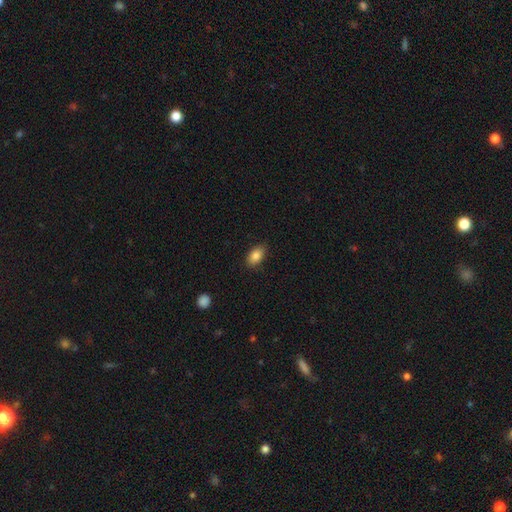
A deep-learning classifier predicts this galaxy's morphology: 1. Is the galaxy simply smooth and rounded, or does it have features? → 86% smooth, 8% star or artifact, 6% featured or disk.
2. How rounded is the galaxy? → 89% in between, 9% round, 2% cigar-shaped.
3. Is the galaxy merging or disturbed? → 85% none, 12% minor disturbance, 2% major disturbance, 1% merger.